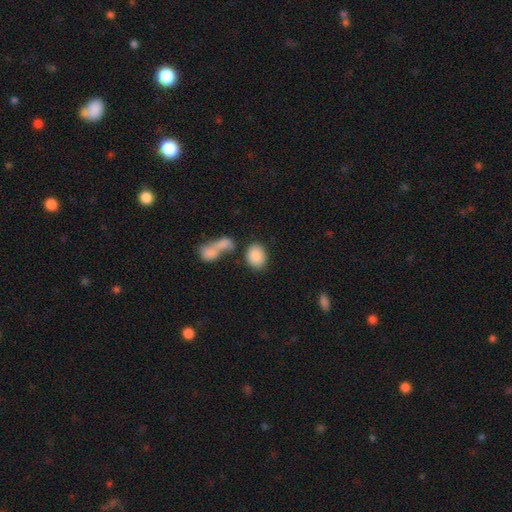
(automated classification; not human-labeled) smooth-or-featured: smooth: 87% | star or artifact: 7% | featured or disk: 6%
  how-rounded: in between: 71% | round: 28% | cigar-shaped: 2%
  merging: none: 60% | merger: 23% | minor disturbance: 11% | major disturbance: 6%